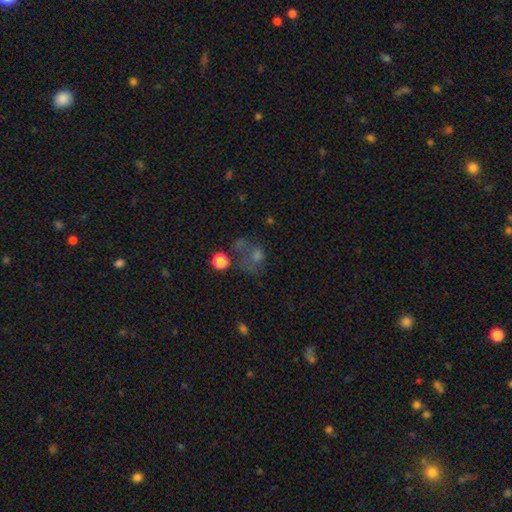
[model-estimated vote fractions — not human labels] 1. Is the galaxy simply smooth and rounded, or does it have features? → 44% smooth, 29% star or artifact, 27% featured or disk.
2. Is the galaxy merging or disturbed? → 34% none, 30% major disturbance, 20% merger, 16% minor disturbance.